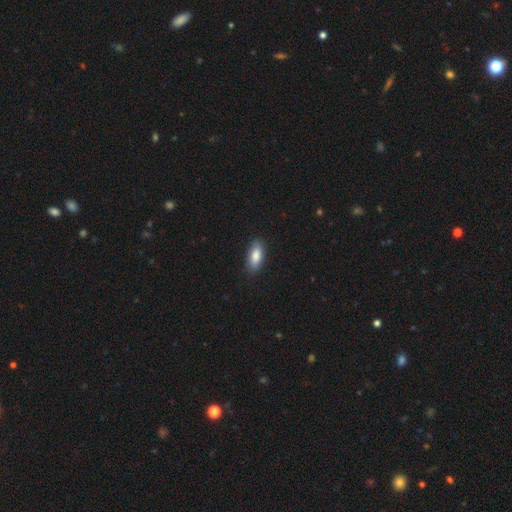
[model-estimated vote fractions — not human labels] Smooth or featured? smooth (85%)
How rounded? in between (85%)
Merging? none (85%)